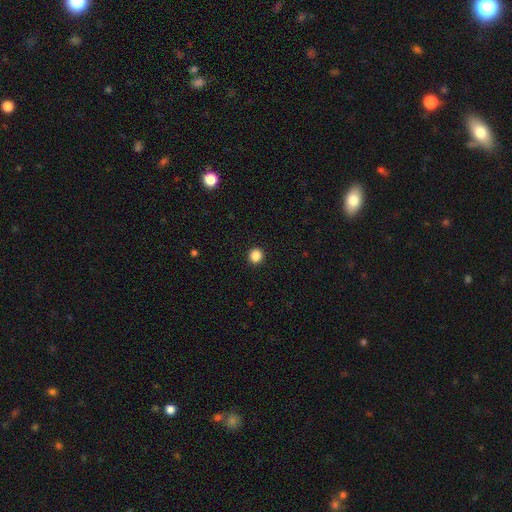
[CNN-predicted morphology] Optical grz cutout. It shows a smooth galaxy with no disk features (86%) that is round (91%). Merging: none (93%).